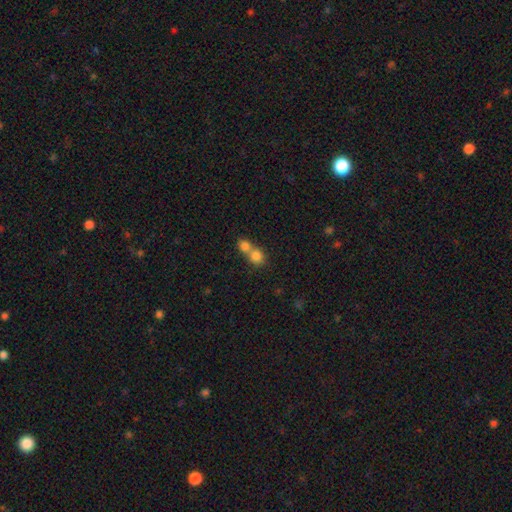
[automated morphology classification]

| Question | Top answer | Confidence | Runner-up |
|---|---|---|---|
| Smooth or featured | smooth | 80% | star or artifact (10%) |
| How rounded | round | 79% | in between (20%) |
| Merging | merger | 64% | none (29%) |